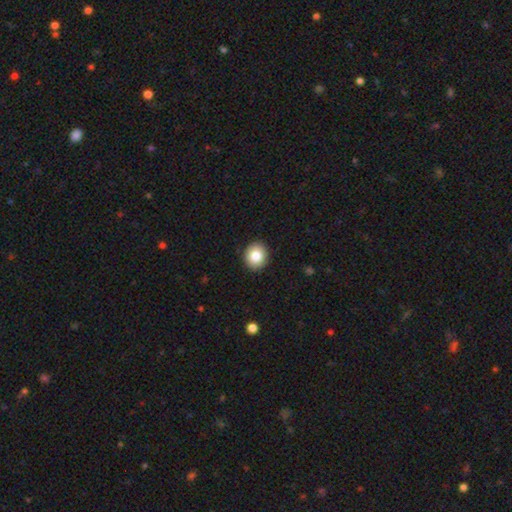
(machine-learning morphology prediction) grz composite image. It shows a smooth galaxy with no disk features (84%) that is round (80%). Merging: none (92%).